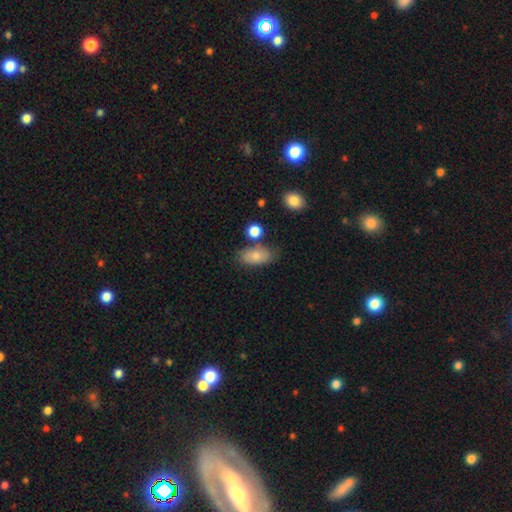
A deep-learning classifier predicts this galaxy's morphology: Smooth or featured: smooth — 77% (featured or disk — 15%)
How rounded: in between — 89% (round — 8%)
Merging: none — 68% (minor disturbance — 17%)